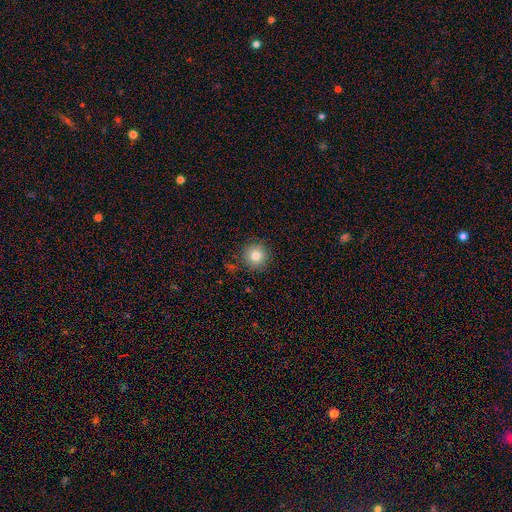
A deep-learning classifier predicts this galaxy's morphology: Overall: smooth (80%). How rounded: round (95%). Merging: none (88%).